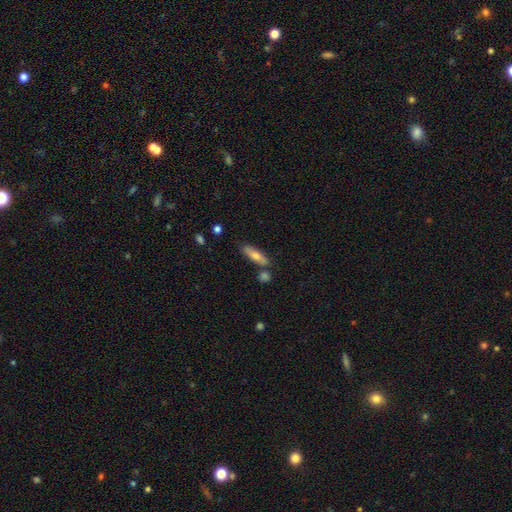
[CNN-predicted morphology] This is possibly a smooth galaxy (57%). How rounded: likely cigar-shaped (66%). Merging: likely none (77%).